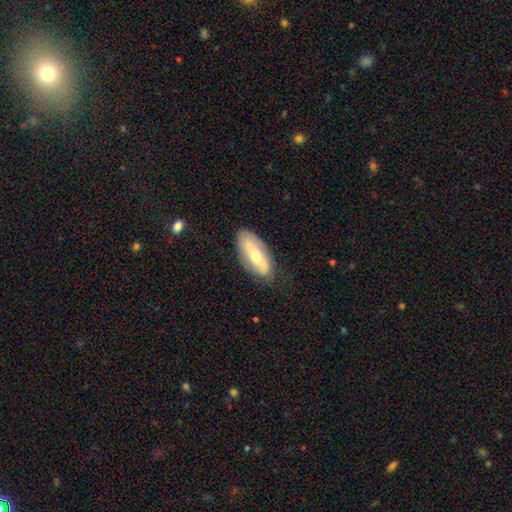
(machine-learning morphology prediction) This is possibly a smooth galaxy (53%). How rounded: clearly in between (82%). Merging: likely none (78%).